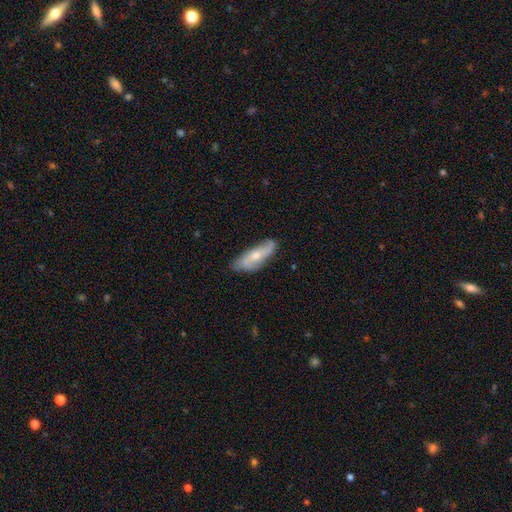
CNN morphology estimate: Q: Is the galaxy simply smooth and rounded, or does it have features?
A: featured or disk — 58%.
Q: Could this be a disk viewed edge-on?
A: no — 79%.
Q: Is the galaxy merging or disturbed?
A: none — 72%.